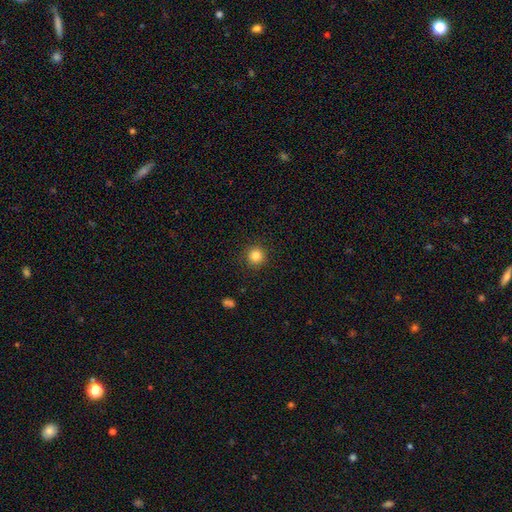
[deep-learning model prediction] Smooth or featured? smooth (84%)
How rounded? round (95%)
Merging? none (90%)